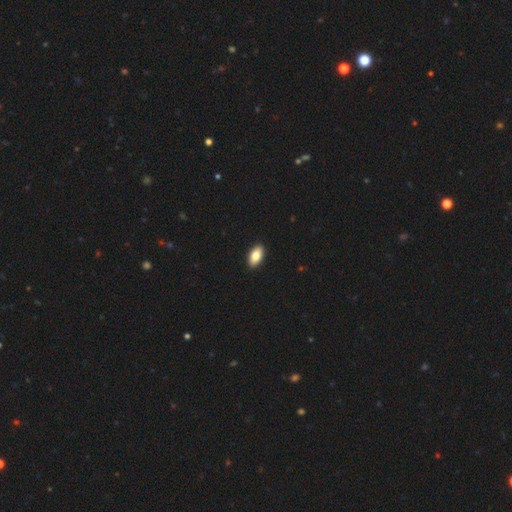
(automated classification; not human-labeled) The model was most divided on "smooth or featured": smooth: 83%, featured or disk: 11%, star or artifact: 7%. More confident: how rounded — in between (93%); merging — none (92%).